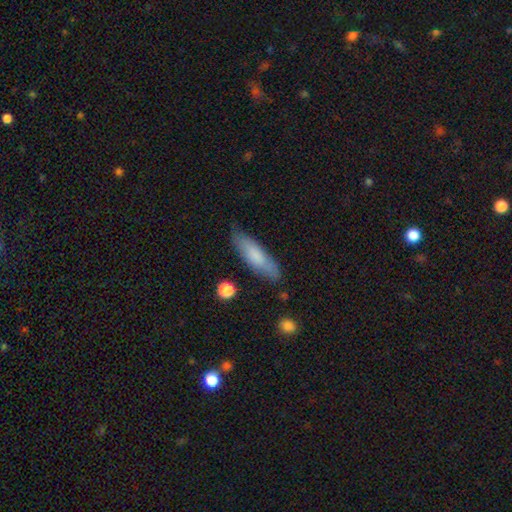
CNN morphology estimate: Smooth or featured? Predicted: smooth (p=0.75). How rounded? Predicted: cigar-shaped (p=0.61). Merging? Predicted: none (p=0.79).